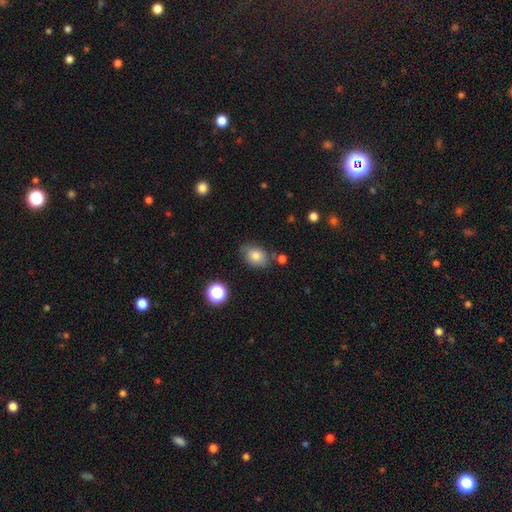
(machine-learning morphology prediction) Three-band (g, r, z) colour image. It shows a smooth galaxy with no disk features (78%) that is in between round and cigar-shaped (69%). Merging: none (64%).